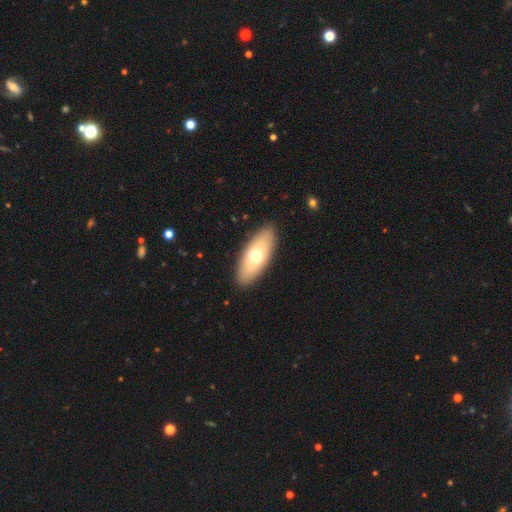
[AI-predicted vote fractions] smooth 65%, featured or disk 29%, star or artifact 6%. Down the decision tree: how rounded — in between (77%); merging — none (89%).